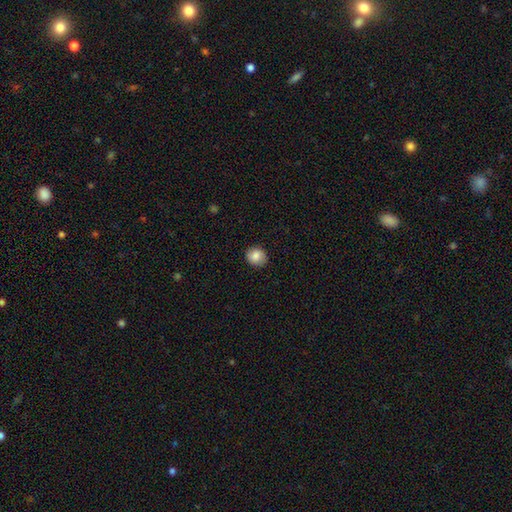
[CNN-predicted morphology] Smooth or featured? smooth (85%)
How rounded? round (79%)
Merging? none (88%)